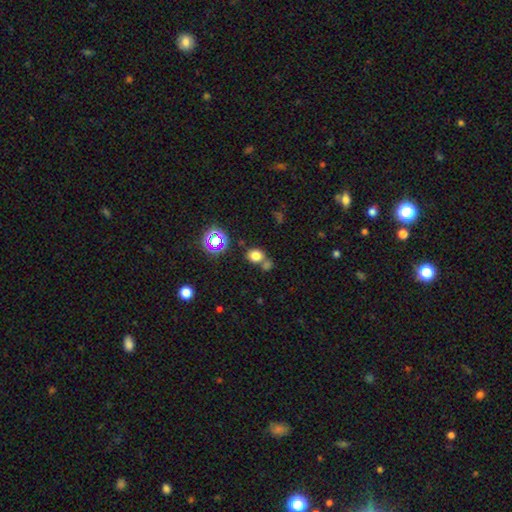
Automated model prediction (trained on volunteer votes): Smooth or featured?
  - smooth: 73% *
  - star or artifact: 19%
  - featured or disk: 8%
How rounded?
  - round: 61% *
  - in between: 38%
  - cigar-shaped: 1%
Merging?
  - none: 58% *
  - merger: 27%
  - minor disturbance: 10%
  - major disturbance: 4%